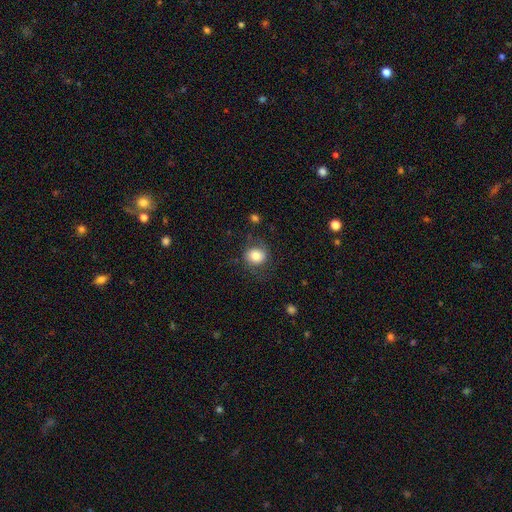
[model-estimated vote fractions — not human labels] smooth_or_featured: smooth (p=0.79) [alt: featured or disk p=0.12]
how_rounded: round (p=0.73) [alt: in between p=0.26]
merging: none (p=0.74) [alt: minor disturbance p=0.17]